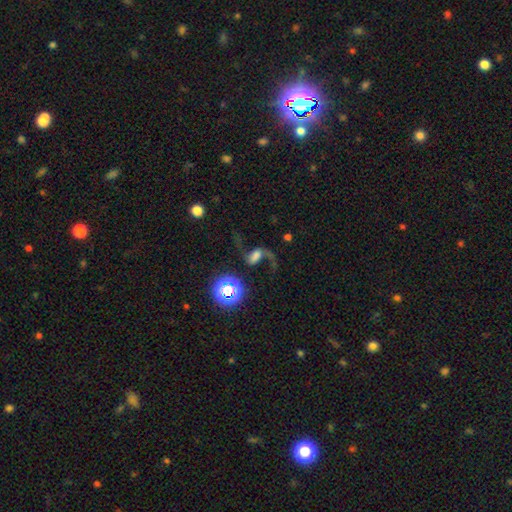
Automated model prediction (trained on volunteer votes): Smooth or featured? featured or disk (69%)
Edge-on disk? no (96%)
Bar? weak (37%)
Spiral arms? yes (93%)
Spiral winding? loose (91%)
Spiral arm count? 2 (84%)
Bulge size? moderate (26%)
Merging? none (53%)